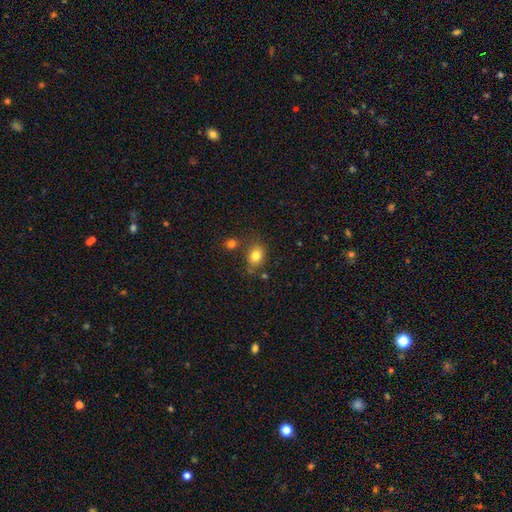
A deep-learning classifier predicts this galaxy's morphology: smooth-or-featured: smooth: 81% | star or artifact: 11% | featured or disk: 8%
  how-rounded: in between: 55% | round: 44% | cigar-shaped: 1%
  merging: none: 70% | minor disturbance: 15% | merger: 10% | major disturbance: 4%